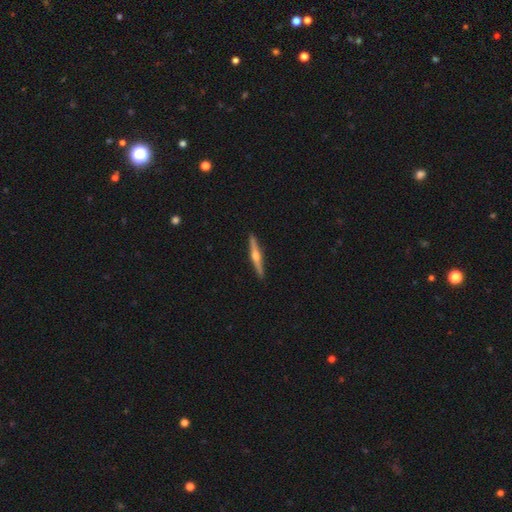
Smooth or featured? featured or disk (82%)
Edge-on disk? yes (100%)
Edge-on bulge? rounded (97%)
Merging? none (95%)